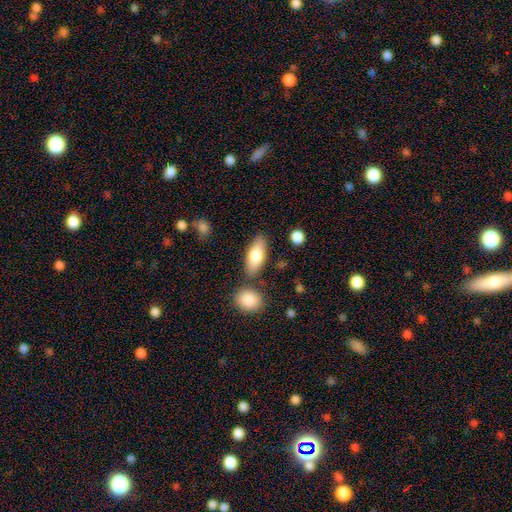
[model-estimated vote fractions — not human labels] Overall: smooth (75%). How rounded: in between (79%). Merging: none (79%).